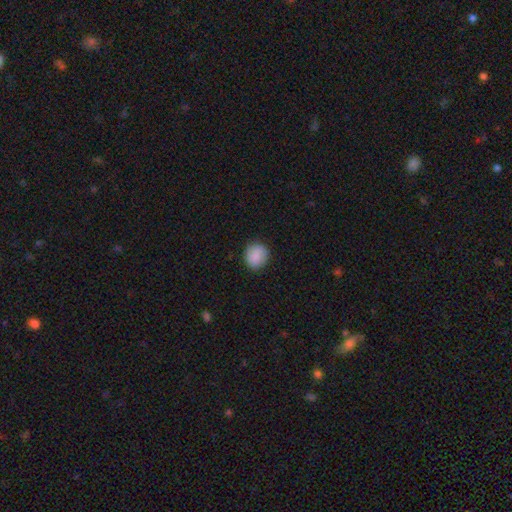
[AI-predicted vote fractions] Smooth or featured? smooth (88%)
How rounded? round (83%)
Merging? none (87%)